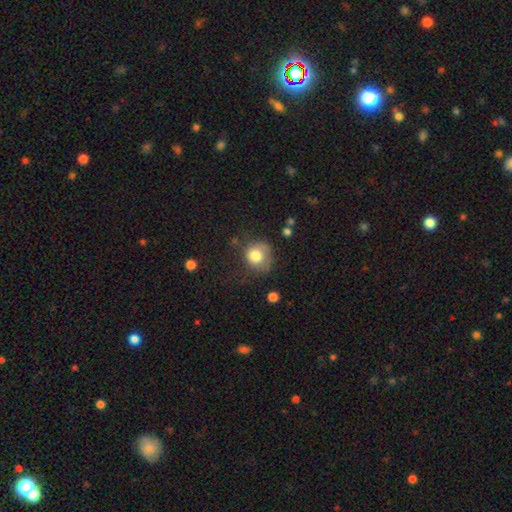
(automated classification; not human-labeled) Overall: smooth (79%). How rounded: round (79%). Merging: none (49%; minor disturbance 28%).